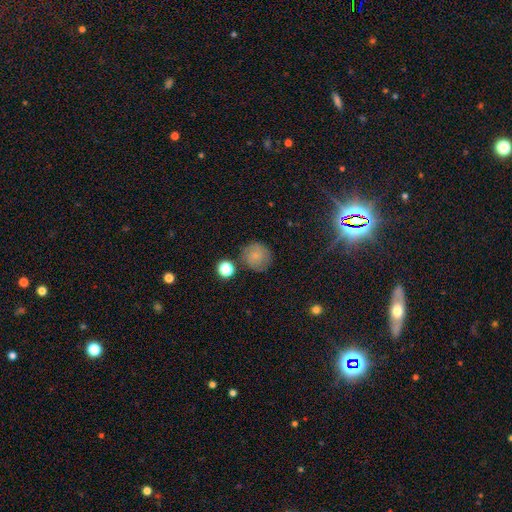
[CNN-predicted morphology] The model was most divided on "smooth or featured": smooth: 72%, featured or disk: 17%, star or artifact: 12%. More confident: how rounded — round (90%); merging — none (76%).